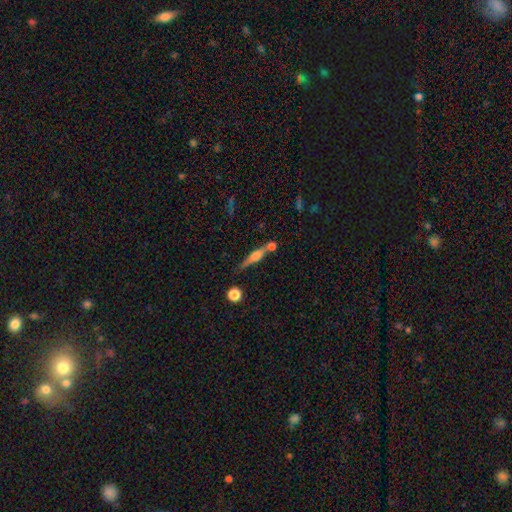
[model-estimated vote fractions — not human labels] A featured or disk galaxy (61%) viewed edge-on (95%) with a rounded central bulge (73%).

Vote fractions:
- Smooth or featured? featured or disk: 61% / smooth: 31% / star or artifact: 9%
- Edge-on disk? yes: 95% / no: 5%
- Edge-on bulge? rounded: 73% / boxy: 20% / none: 8%
- Merging? none: 64% / merger: 18% / minor disturbance: 14% / major disturbance: 5%